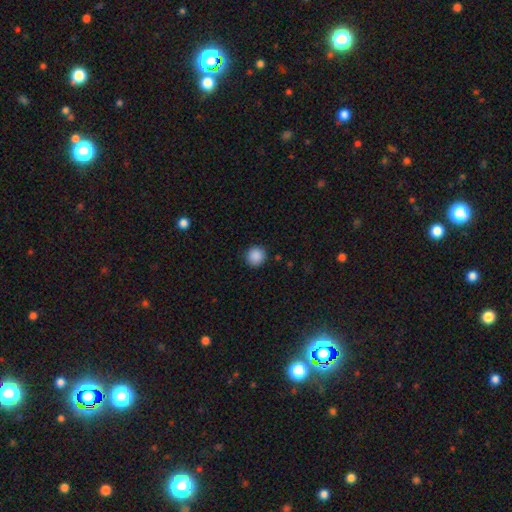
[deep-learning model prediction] smooth-or-featured: smooth: 89% | star or artifact: 9% | featured or disk: 3%
  how-rounded: round: 94% | in between: 6% | cigar-shaped: 1%
  merging: none: 91% | minor disturbance: 6% | major disturbance: 2% | merger: 1%